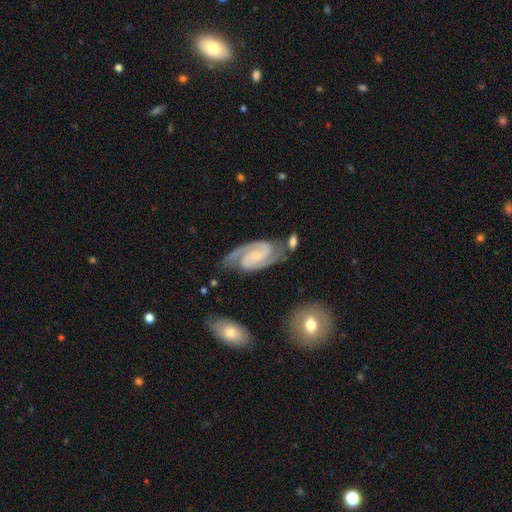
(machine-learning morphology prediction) A featured or disk galaxy (90%) with no bar (45%), 2 (92%) medium (49%) spiral arms (98%) and a small central bulge (67%).

Vote fractions:
- Smooth or featured? featured or disk: 90% / smooth: 5% / star or artifact: 5%
- Edge-on disk? no: 97% / yes: 3%
- Bar? no: 45% / weak: 40% / strong: 15%
- Spiral arms? yes: 98% / no: 2%
- Spiral winding? medium: 49% / tight: 42% / loose: 9%
- Spiral arm count? 2: 92% / 3: 3% / can't tell: 2% / 1: 1% / 4: 1% / more than 4: 1%
- Bulge size? small: 67% / moderate: 22% / none: 8% / large: 2% / dominant: 1%
- Merging? none: 71% / minor disturbance: 18% / major disturbance: 6% / merger: 6%